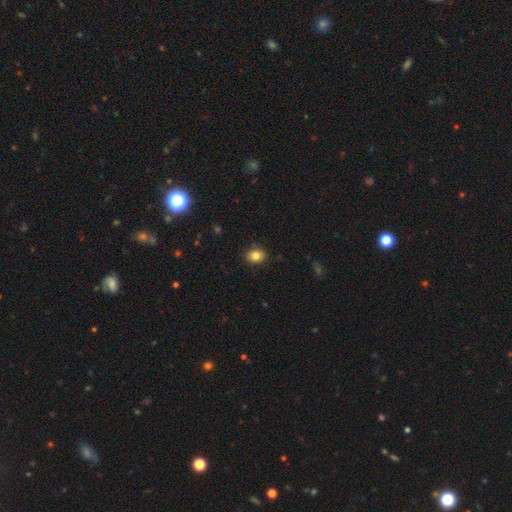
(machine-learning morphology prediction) smooth_or_featured: smooth (p=0.84) [alt: star or artifact p=0.10]
how_rounded: round (p=0.62) [alt: in between p=0.37]
merging: none (p=0.87) [alt: minor disturbance p=0.10]